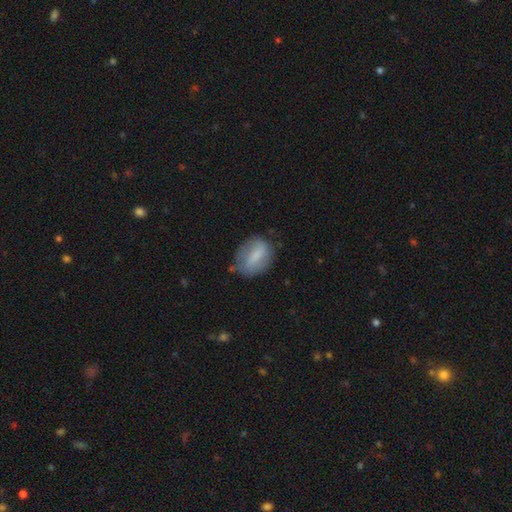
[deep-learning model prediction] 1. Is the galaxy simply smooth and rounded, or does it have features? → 65% smooth, 28% featured or disk, 8% star or artifact.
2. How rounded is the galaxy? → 70% in between, 26% round, 4% cigar-shaped.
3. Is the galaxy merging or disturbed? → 59% none, 29% minor disturbance, 10% major disturbance, 3% merger.